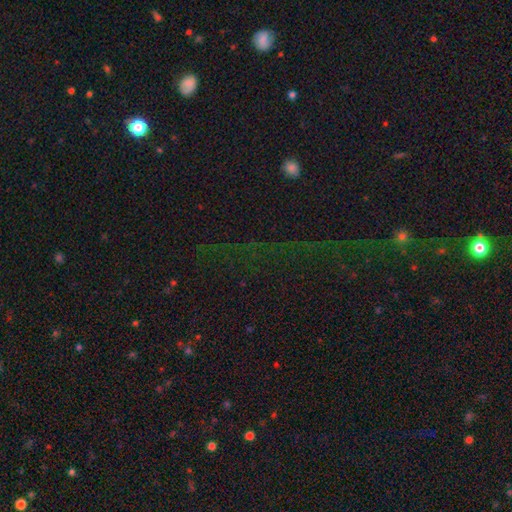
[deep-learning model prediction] Morphology: type=star or artifact (70%).